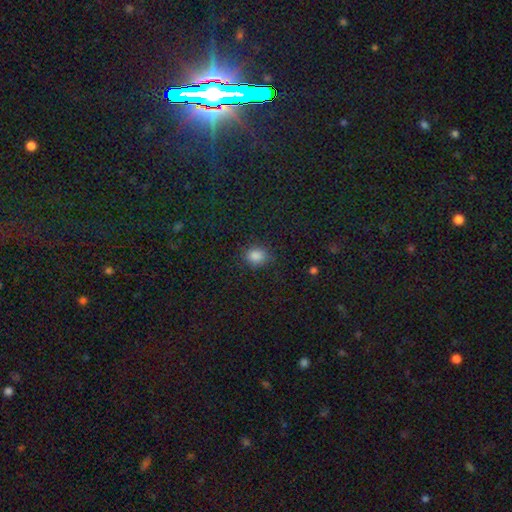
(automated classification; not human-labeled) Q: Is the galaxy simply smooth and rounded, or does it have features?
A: smooth — 82%.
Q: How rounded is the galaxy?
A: round — 70%.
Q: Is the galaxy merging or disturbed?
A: none — 82%.